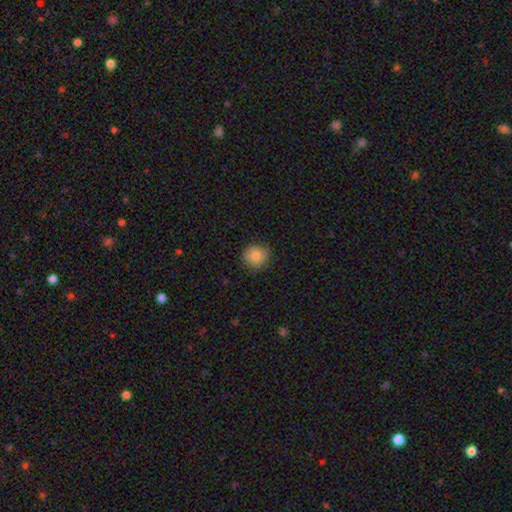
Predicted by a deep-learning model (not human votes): smooth-or-featured: smooth: 81% | featured or disk: 11% | star or artifact: 9%
  how-rounded: round: 91% | in between: 8% | cigar-shaped: 1%
  merging: none: 78% | minor disturbance: 18% | major disturbance: 3% | merger: 1%